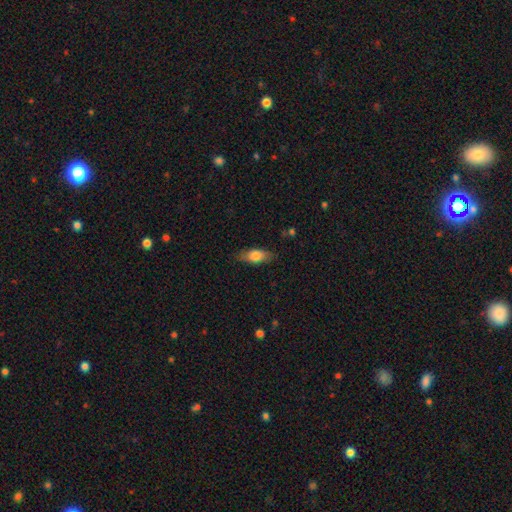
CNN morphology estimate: Smooth or featured?
  - smooth: 73% *
  - featured or disk: 21%
  - star or artifact: 7%
How rounded?
  - in between: 76% *
  - cigar-shaped: 20%
  - round: 4%
Merging?
  - none: 82% *
  - minor disturbance: 13%
  - major disturbance: 3%
  - merger: 1%